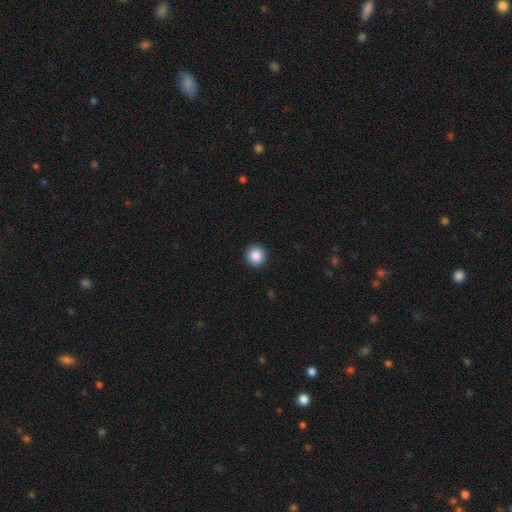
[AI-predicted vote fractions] This appears to be a smooth galaxy with no disk features (87%) that is round (95%). Merging: none (93%).